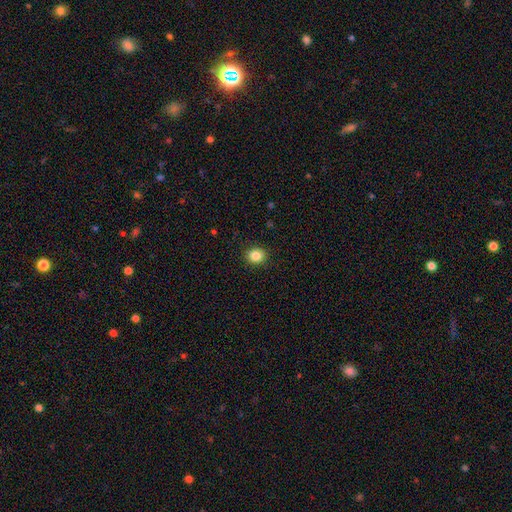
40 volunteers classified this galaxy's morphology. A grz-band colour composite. It shows a smooth galaxy with no disk features (95%) that is round (89%). Merging: none (100%).